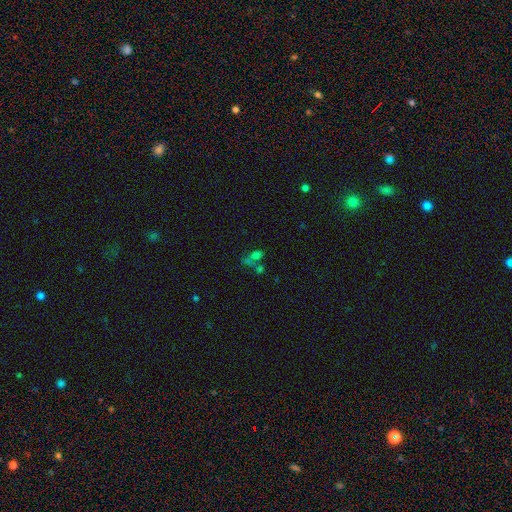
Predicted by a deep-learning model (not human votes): A smooth galaxy with no disk features (53%) that is in between round and cigar-shaped (68%). Merging: merger (42%).